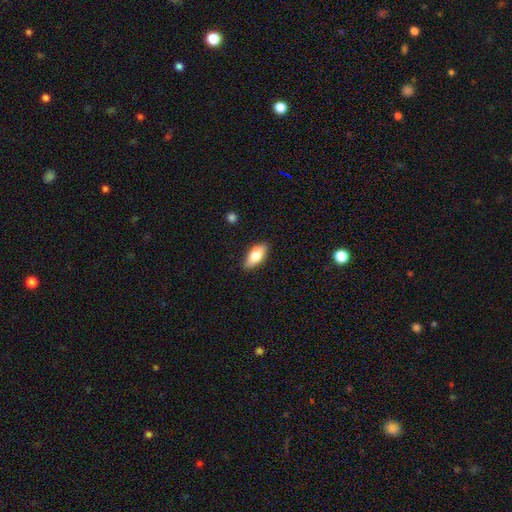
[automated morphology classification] Overall: smooth (75%). How rounded: in between (85%). Merging: none (84%).